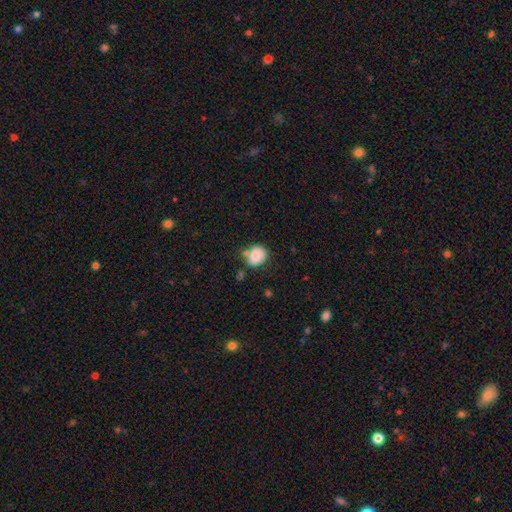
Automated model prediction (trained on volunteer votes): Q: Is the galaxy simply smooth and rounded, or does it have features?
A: smooth — 81%.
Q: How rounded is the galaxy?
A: round — 64%.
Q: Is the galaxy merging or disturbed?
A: none — 56%.